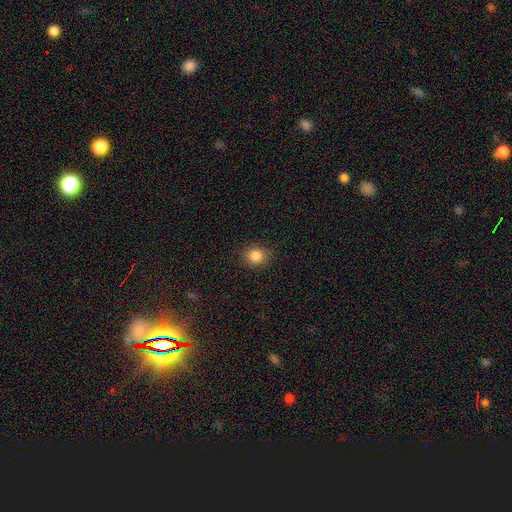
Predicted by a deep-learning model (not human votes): This is clearly a smooth galaxy (85%). How rounded: likely round (74%). Merging: clearly none (87%).